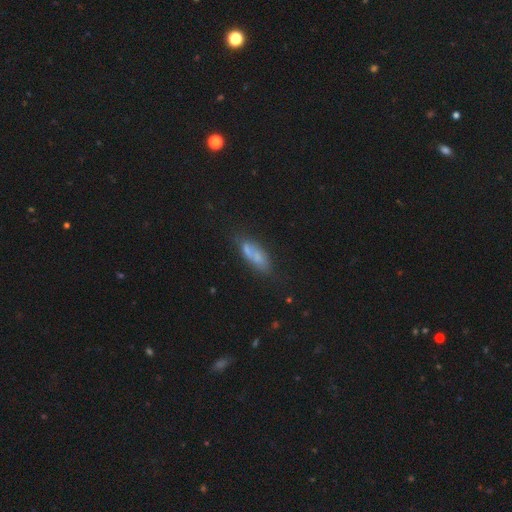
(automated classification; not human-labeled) Overall: smooth (57%; featured or disk 32%). How rounded: in between (62%; cigar-shaped 34%). Merging: none (54%; minor disturbance 20%).